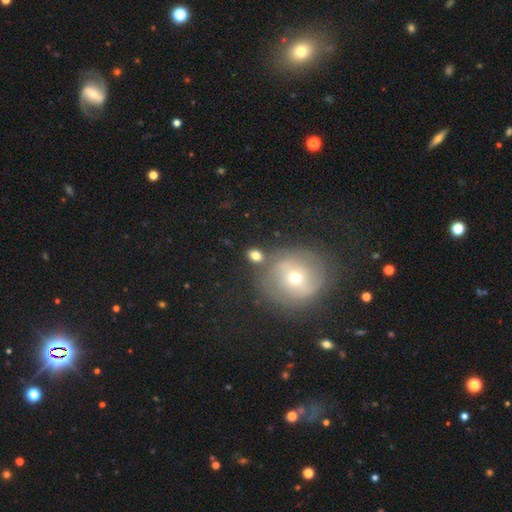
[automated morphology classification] The model was most divided on "how rounded": round: 53%, in between: 45%, cigar-shaped: 2%. More confident: smooth or featured — smooth (73%); merging — none (68%).